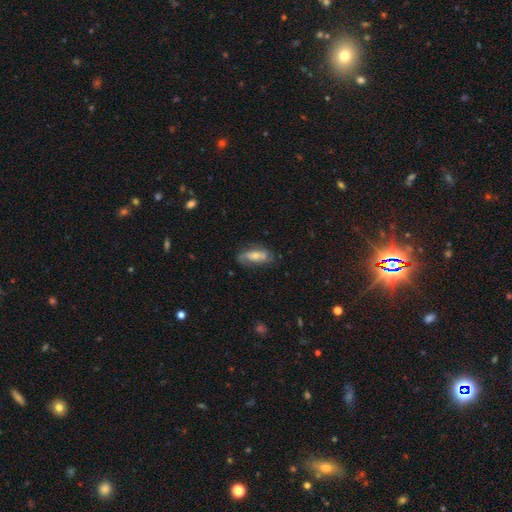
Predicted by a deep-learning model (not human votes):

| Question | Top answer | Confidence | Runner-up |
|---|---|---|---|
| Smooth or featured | smooth | 46% | tied: featured or disk (46%) |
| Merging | none | 66% | minor disturbance (23%) |